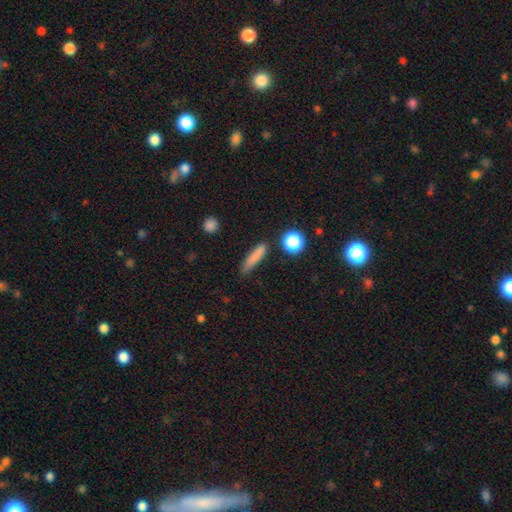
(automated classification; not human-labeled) A smooth galaxy with no disk features (80%) that is cigar-shaped (83%).

Vote fractions:
- Smooth or featured? smooth: 80% / star or artifact: 10% / featured or disk: 10%
- How rounded? cigar-shaped: 83% / in between: 13% / round: 4%
- Merging? none: 78% / minor disturbance: 15% / major disturbance: 4% / merger: 3%